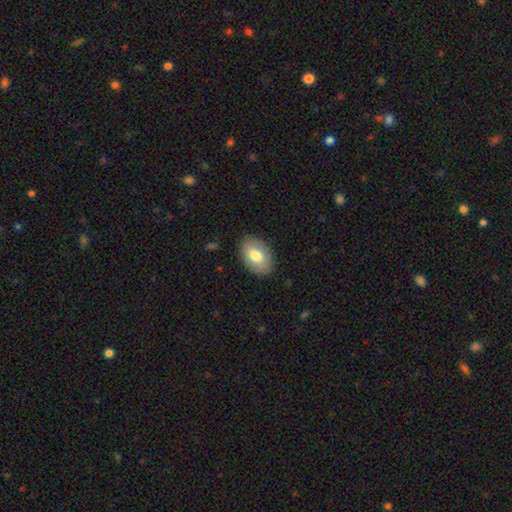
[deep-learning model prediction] This is likely a smooth galaxy (77%). How rounded: clearly in between (88%). Merging: clearly none (86%).